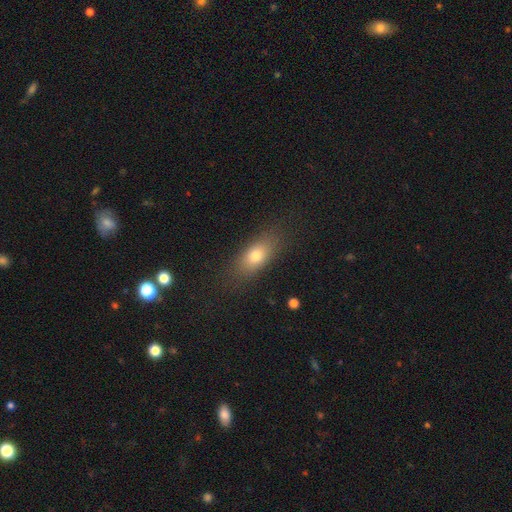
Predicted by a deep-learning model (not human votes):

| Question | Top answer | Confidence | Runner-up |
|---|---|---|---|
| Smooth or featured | smooth | 74% | featured or disk (16%) |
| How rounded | in between | 75% | cigar-shaped (15%) |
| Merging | none | 81% | minor disturbance (13%) |